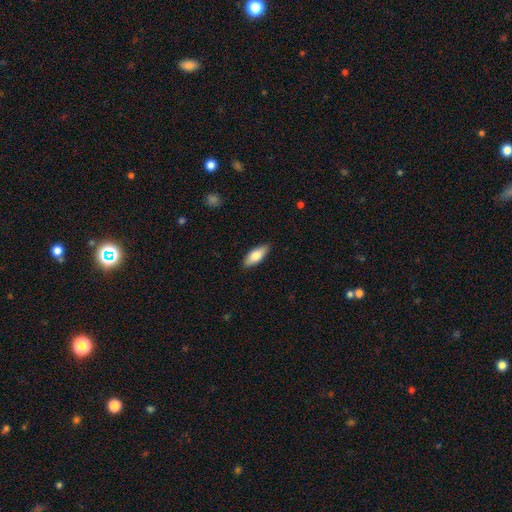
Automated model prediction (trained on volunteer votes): Q: Smooth or featured?
A: smooth (77%); runner-up: featured or disk (17%)
Q: How rounded?
A: in between (76%); runner-up: cigar-shaped (22%)
Q: Merging?
A: none (88%); runner-up: minor disturbance (9%)